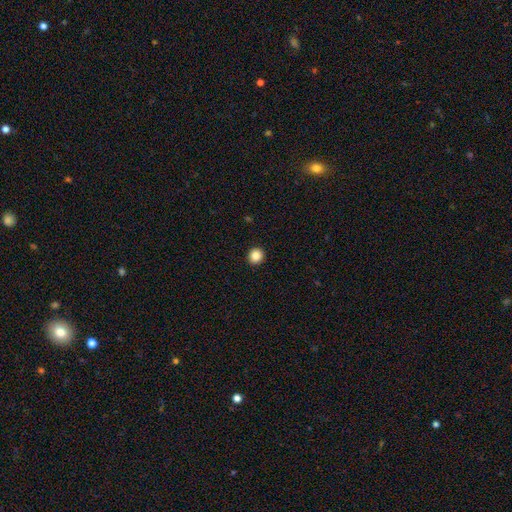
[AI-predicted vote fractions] Q: Smooth or featured?
A: smooth (86%); runner-up: star or artifact (10%)
Q: How rounded?
A: round (91%); runner-up: in between (8%)
Q: Merging?
A: none (93%); runner-up: minor disturbance (4%)